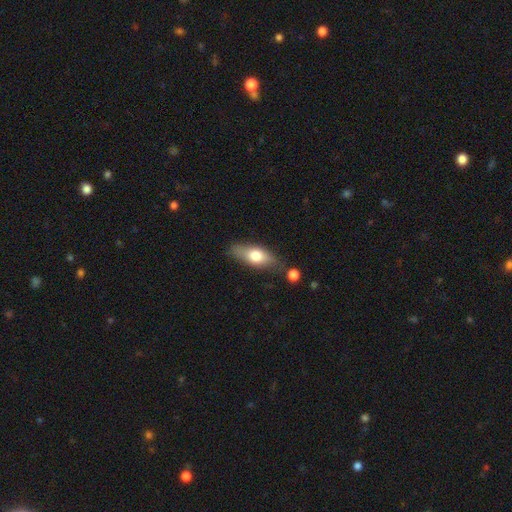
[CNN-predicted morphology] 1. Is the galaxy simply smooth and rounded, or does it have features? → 65% smooth, 28% featured or disk, 6% star or artifact.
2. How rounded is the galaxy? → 71% in between, 24% cigar-shaped, 5% round.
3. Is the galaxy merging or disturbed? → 69% none, 18% minor disturbance, 7% merger, 5% major disturbance.